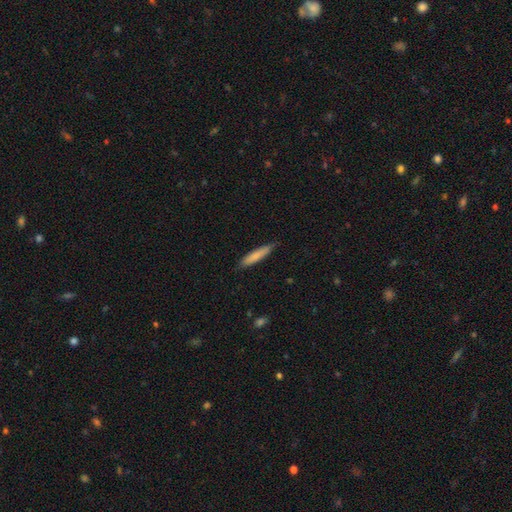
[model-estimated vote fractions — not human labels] Smooth or featured: smooth — 78% (featured or disk — 16%)
How rounded: cigar-shaped — 89% (in between — 10%)
Merging: none — 81% (minor disturbance — 15%)